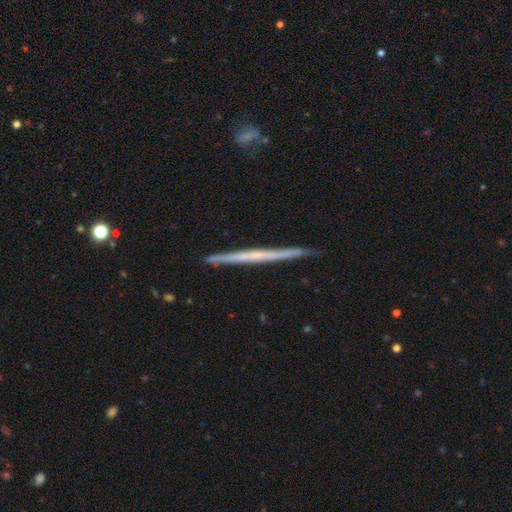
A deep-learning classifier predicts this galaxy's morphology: Overall: featured or disk (64%; smooth 30%). Edge-on disk: yes (98%). Edge-on bulge: none (83%). Merging: none (90%).